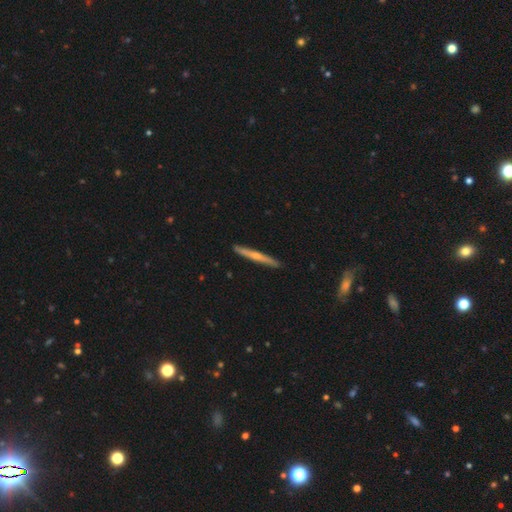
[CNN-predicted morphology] Smooth or featured?
  - featured or disk: 58% *
  - smooth: 37%
  - star or artifact: 5%
Edge-on disk?
  - yes: 97% *
  - no: 3%
Edge-on bulge?
  - rounded: 66% *
  - none: 29%
  - boxy: 5%
Merging?
  - none: 91% *
  - minor disturbance: 7%
  - major disturbance: 1%
  - merger: 1%